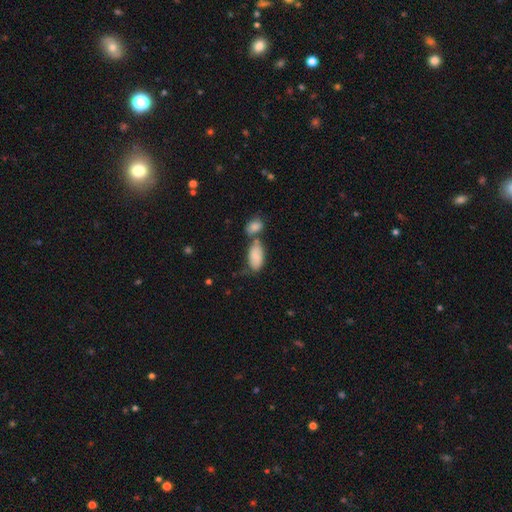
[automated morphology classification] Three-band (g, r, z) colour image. It shows a smooth galaxy with no disk features (85%) that is in between round and cigar-shaped (94%). Merging: merger (42%).